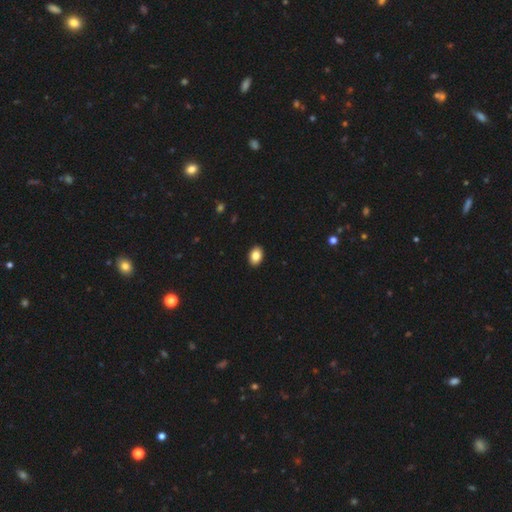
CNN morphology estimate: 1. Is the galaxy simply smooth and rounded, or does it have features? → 85% smooth, 8% star or artifact, 7% featured or disk.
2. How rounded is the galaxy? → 82% in between, 17% round, 1% cigar-shaped.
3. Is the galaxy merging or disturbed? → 91% none, 6% minor disturbance, 1% major disturbance, 1% merger.